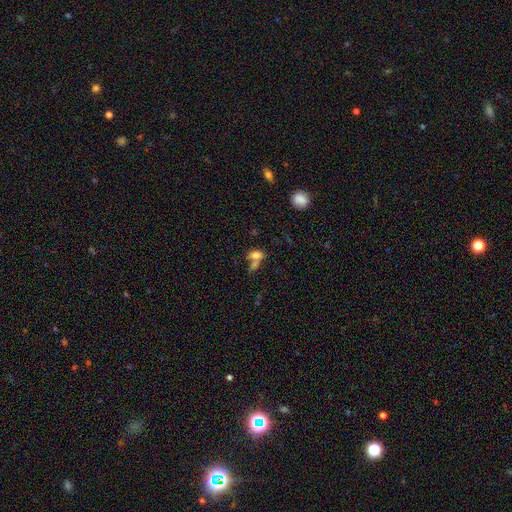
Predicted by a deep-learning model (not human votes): Smooth or featured? smooth (75%)
How rounded? in between (82%)
Merging? merger (49%)